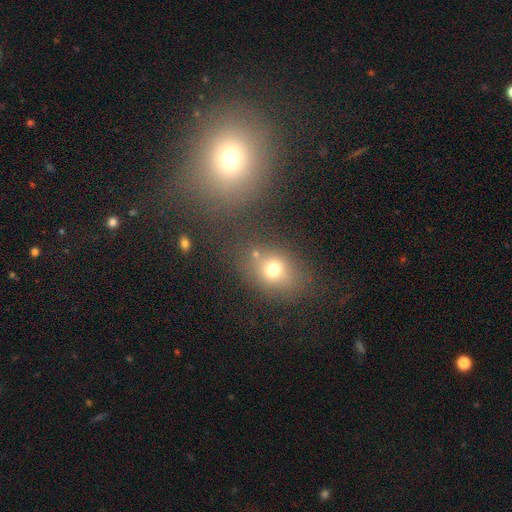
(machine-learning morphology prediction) Smooth or featured? smooth (67%)
How rounded? round (51%)
Merging? none (65%)